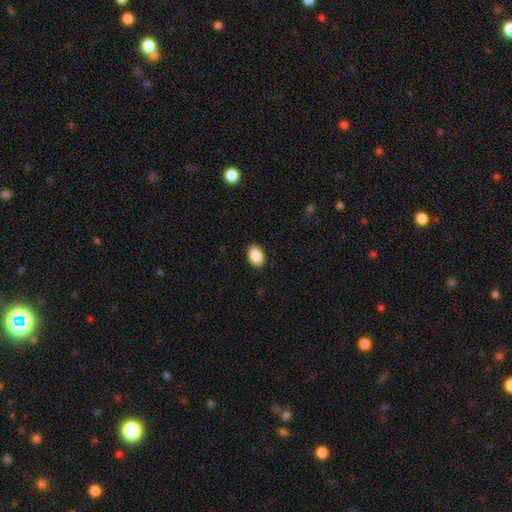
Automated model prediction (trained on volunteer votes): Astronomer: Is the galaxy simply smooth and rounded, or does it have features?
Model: smooth — 89%.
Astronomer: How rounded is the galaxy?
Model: in between — 90%.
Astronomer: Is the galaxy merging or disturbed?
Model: none — 90%.